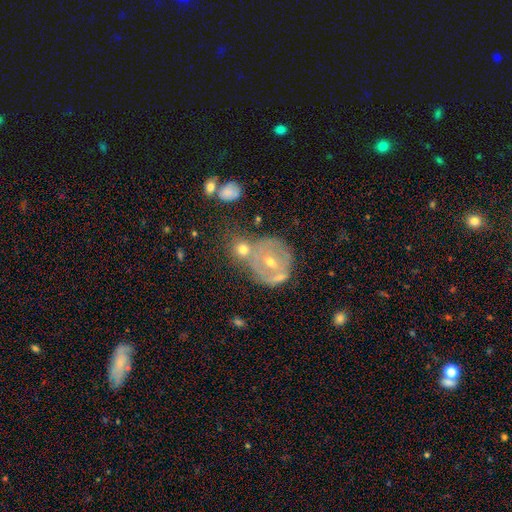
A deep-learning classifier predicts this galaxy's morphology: This is possibly a featured or disk galaxy (57%). It is clearly not viewed edge-on (94%). Bar: clearly no (81%). Spiral arm pattern: possibly no (51%). Central bulge: possibly moderate (53%). Merging: possibly none (53%).